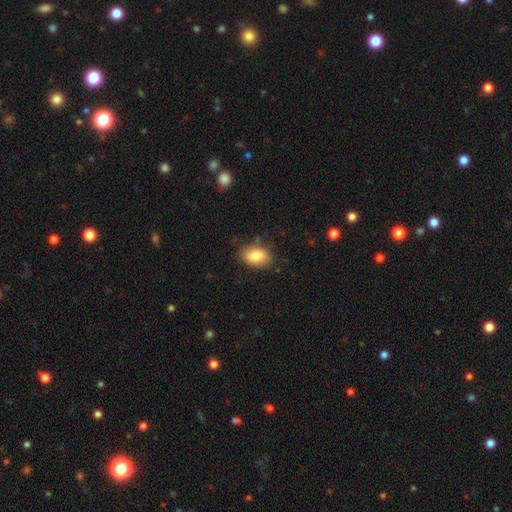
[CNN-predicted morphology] This appears to be a smooth galaxy with no disk features (84%) that is in between round and cigar-shaped (86%). Merging: none (80%).